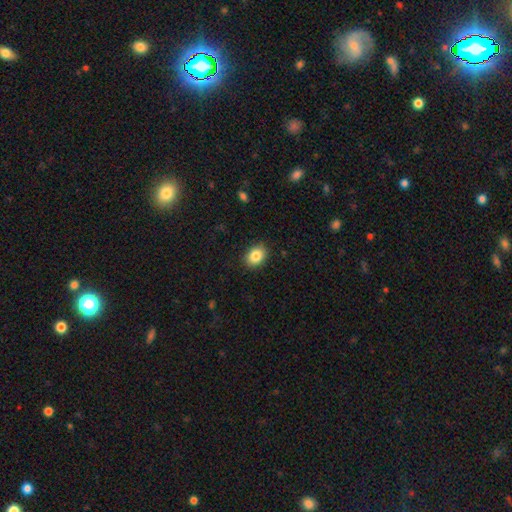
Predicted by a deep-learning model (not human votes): smooth 85%, star or artifact 9%, featured or disk 6%. Down the decision tree: how rounded — in between (63%); merging — none (89%).